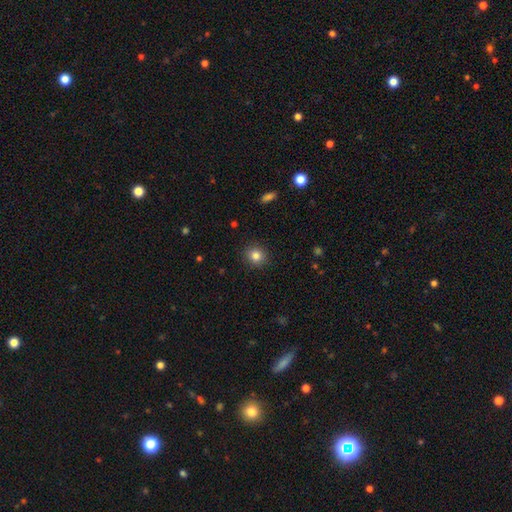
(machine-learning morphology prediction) smooth-or-featured: smooth: 83% | star or artifact: 11% | featured or disk: 6%
  how-rounded: round: 86% | in between: 13% | cigar-shaped: 1%
  merging: none: 91% | minor disturbance: 6% | major disturbance: 2% | merger: 1%